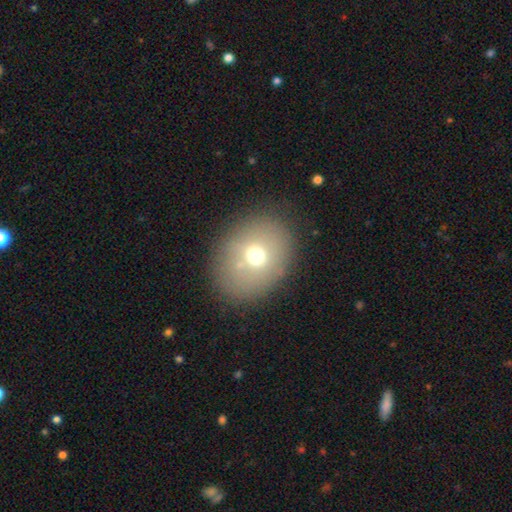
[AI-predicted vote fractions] Smooth or featured: smooth — 64% (featured or disk — 22%)
How rounded: round — 57% (in between — 42%)
Merging: none — 82% (minor disturbance — 11%)